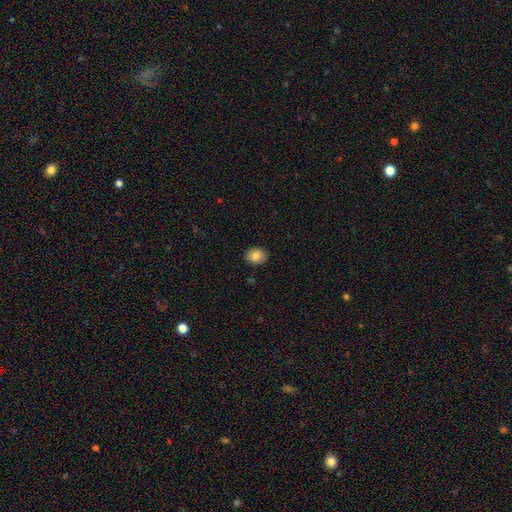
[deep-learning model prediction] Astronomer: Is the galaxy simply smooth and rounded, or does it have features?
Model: smooth — 84%.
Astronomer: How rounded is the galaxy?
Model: round — 55% (runner-up: in between, 45%).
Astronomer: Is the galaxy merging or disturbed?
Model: none — 89%.